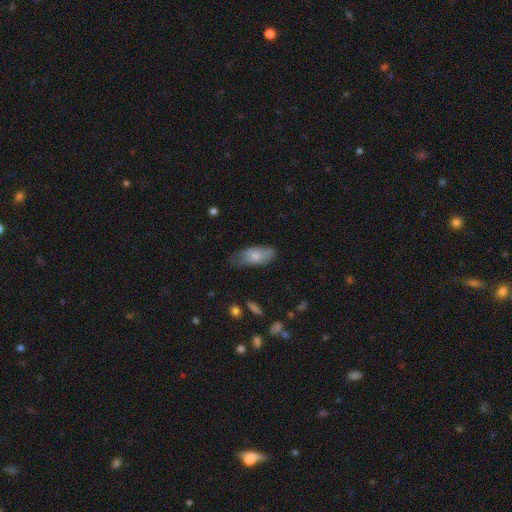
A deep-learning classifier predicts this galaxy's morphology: smooth 71%, featured or disk 22%, star or artifact 7%. Down the decision tree: how rounded — in between (87%); merging — none (52%).